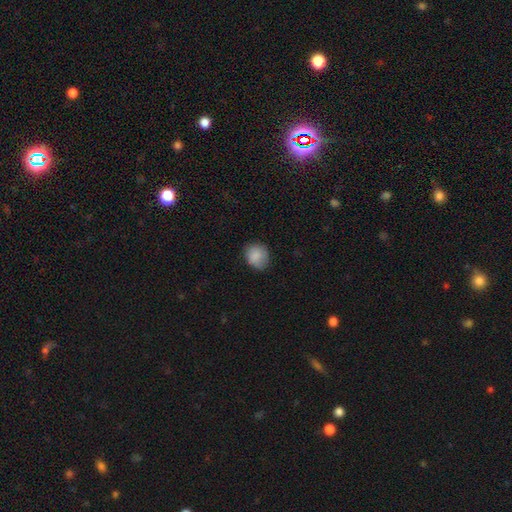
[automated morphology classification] This is clearly a smooth galaxy (85%). How rounded: likely round (65%). Merging: likely none (72%).